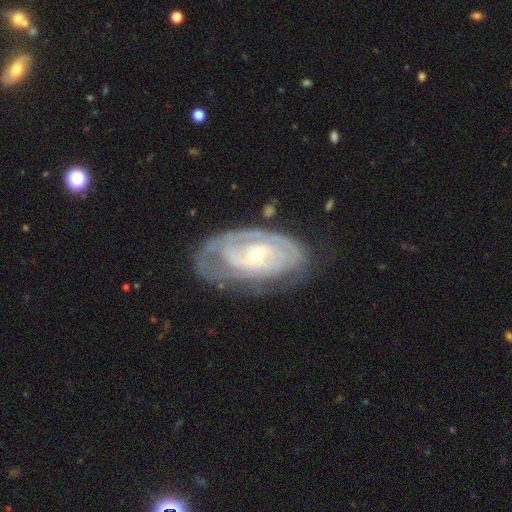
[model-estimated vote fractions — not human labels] Q: Smooth or featured?
A: featured or disk (81%); runner-up: smooth (13%)
Q: Edge-on disk?
A: no (94%); runner-up: yes (6%)
Q: Bar?
A: no (69%); runner-up: weak (24%)
Q: Spiral arms?
A: yes (84%); runner-up: no (16%)
Q: Spiral winding?
A: tight (74%); runner-up: medium (20%)
Q: Spiral arm count?
A: can't tell (50%); runner-up: 2 (24%)
Q: Bulge size?
A: small (58%); runner-up: moderate (38%)
Q: Merging?
A: none (62%); runner-up: minor disturbance (24%)